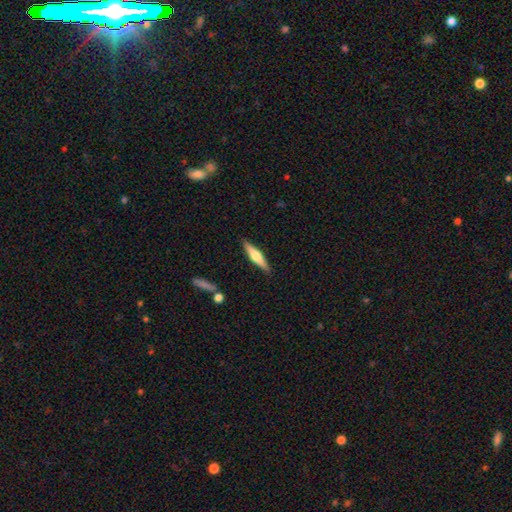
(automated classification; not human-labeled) The model was most divided on "smooth or featured": featured or disk: 53%, smooth: 42%, star or artifact: 6%. More confident: edge-on disk — yes (95%); merging — none (88%); edge-on bulge — rounded (87%).